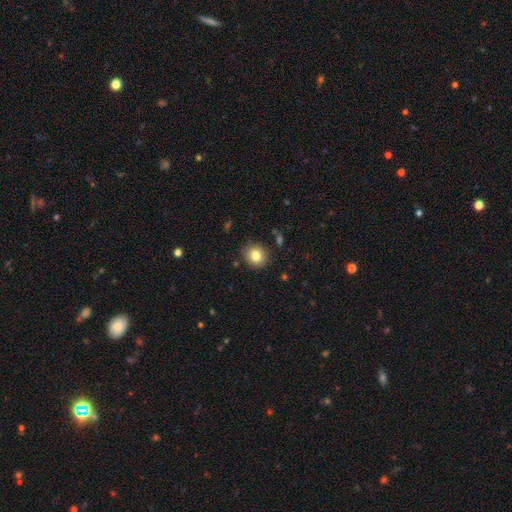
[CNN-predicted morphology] A smooth galaxy with no disk features (82%) that is round (83%). Merging: none (88%).